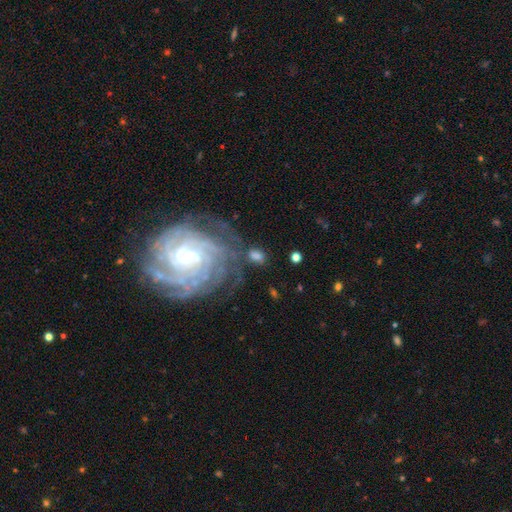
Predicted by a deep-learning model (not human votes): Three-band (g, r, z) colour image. It shows a featured or disk galaxy (77%) with no bar (46%), tight (74%) spiral arms (95%) and a small central bulge (62%). Merging: none (67%).